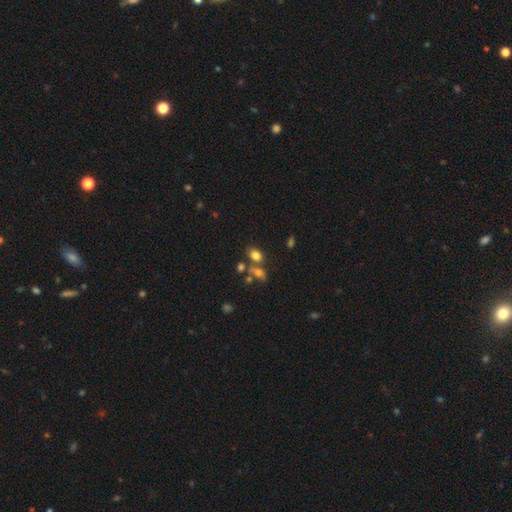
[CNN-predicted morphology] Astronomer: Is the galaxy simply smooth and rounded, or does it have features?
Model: smooth — 76%.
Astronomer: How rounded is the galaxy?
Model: in between — 73%.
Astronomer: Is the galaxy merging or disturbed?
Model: none — 53% (runner-up: merger, 28%).